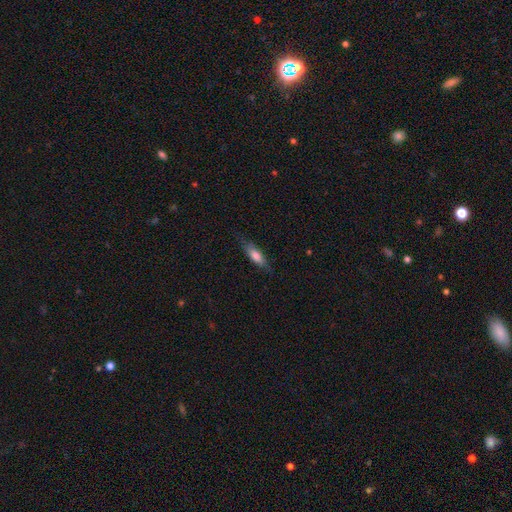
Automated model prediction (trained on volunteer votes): Smooth or featured? Predicted: smooth (p=0.69). How rounded? Predicted: cigar-shaped (p=0.49, tied with in between). Merging? Predicted: none (p=0.74).